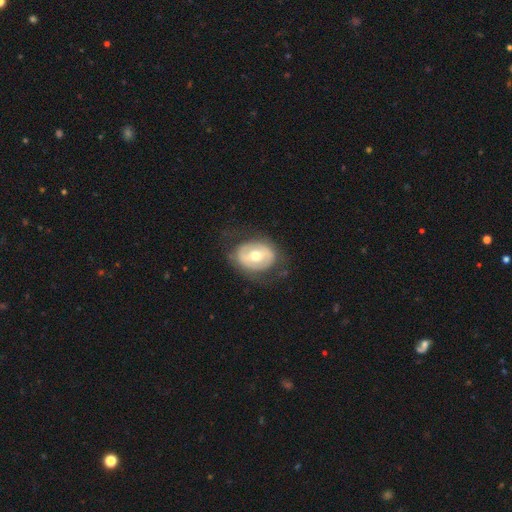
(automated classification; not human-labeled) featured or disk 52%, smooth 41%, star or artifact 6%. Down the decision tree: edge-on disk — no (94%); merging — none (73%).